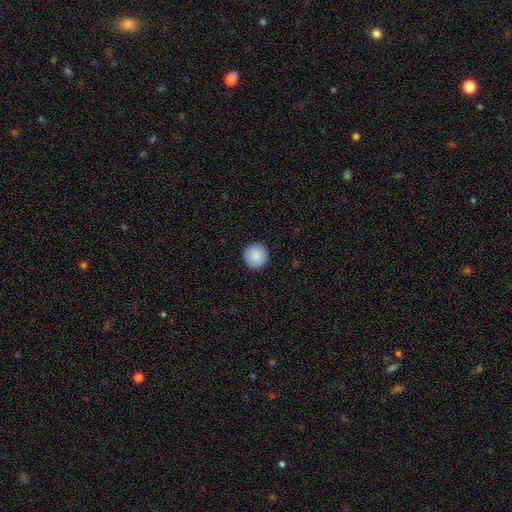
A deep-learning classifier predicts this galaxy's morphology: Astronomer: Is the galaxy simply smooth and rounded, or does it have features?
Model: smooth — 89%.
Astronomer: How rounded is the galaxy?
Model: round — 96%.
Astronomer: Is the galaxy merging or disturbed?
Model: none — 93%.